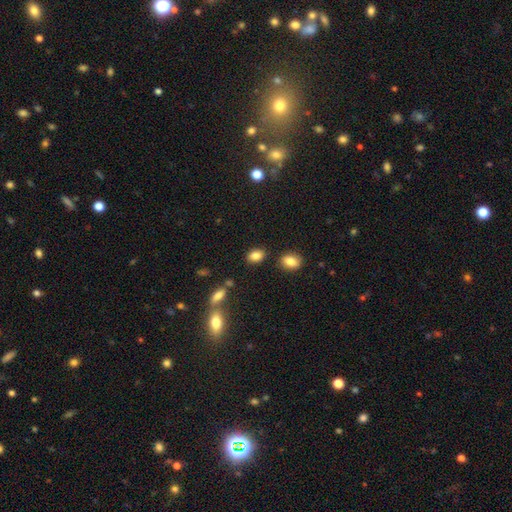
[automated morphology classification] smooth 85%, star or artifact 9%, featured or disk 6%. Down the decision tree: how rounded — in between (78%); merging — none (81%).